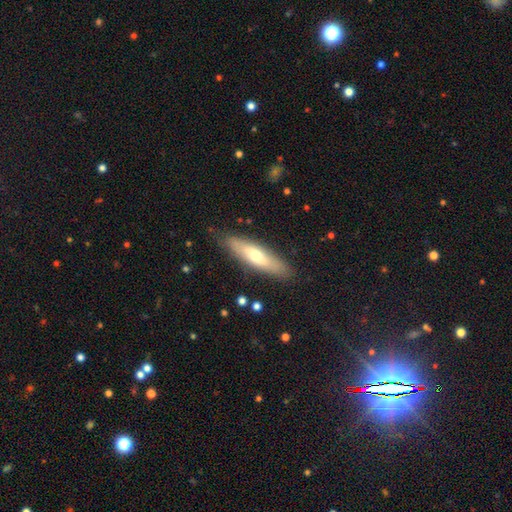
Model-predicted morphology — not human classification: Overall: smooth (55%; featured or disk 38%). How rounded: cigar-shaped (67%; in between 32%). Merging: none (84%).